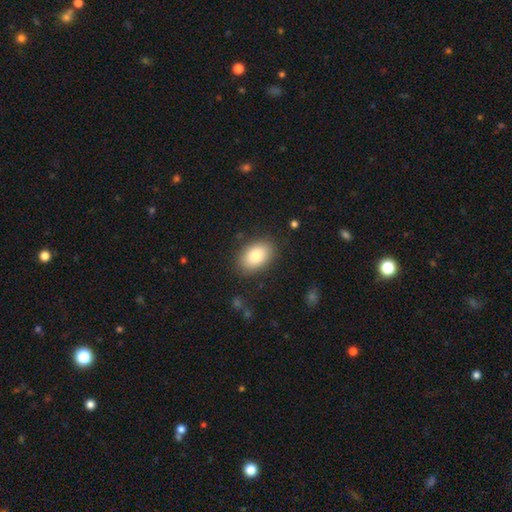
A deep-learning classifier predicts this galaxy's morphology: Smooth or featured? smooth (83%)
How rounded? in between (87%)
Merging? none (85%)